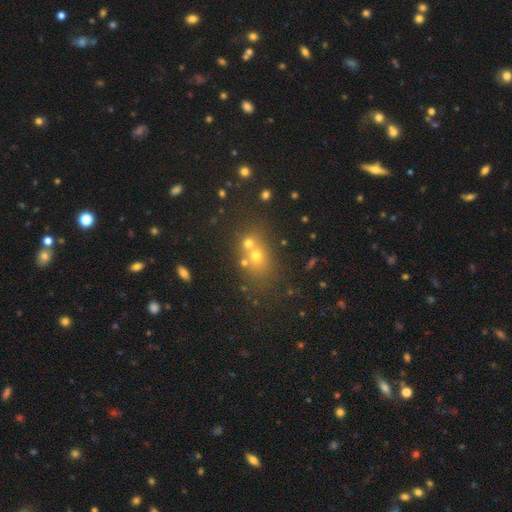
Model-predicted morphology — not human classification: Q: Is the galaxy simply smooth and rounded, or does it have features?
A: smooth — 56%.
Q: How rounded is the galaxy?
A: round — 56%.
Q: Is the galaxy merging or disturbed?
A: none — 45%.